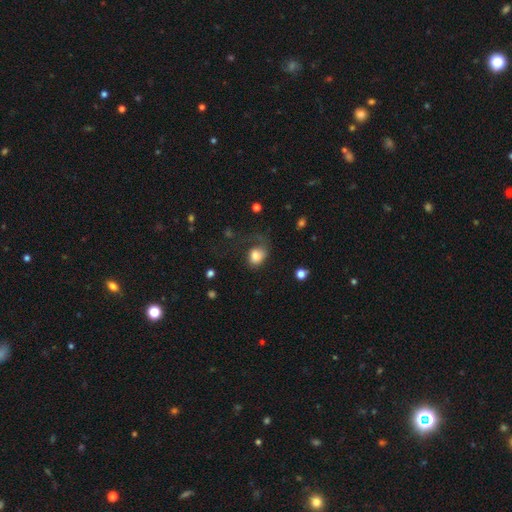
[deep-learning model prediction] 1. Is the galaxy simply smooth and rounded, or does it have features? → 75% smooth, 16% featured or disk, 9% star or artifact.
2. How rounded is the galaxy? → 52% in between, 47% round, 1% cigar-shaped.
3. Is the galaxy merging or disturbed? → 40% major disturbance, 36% none, 21% minor disturbance, 3% merger.